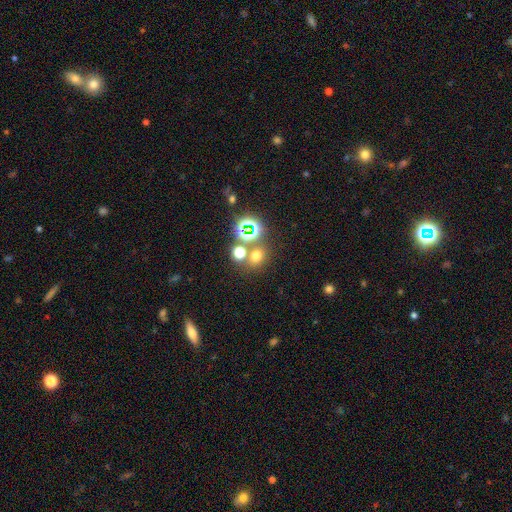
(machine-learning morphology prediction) smooth_or_featured: smooth (p=0.59) [alt: star or artifact p=0.33]
how_rounded: round (p=0.70) [alt: in between p=0.29]
merging: none (p=0.66) [alt: merger p=0.21]